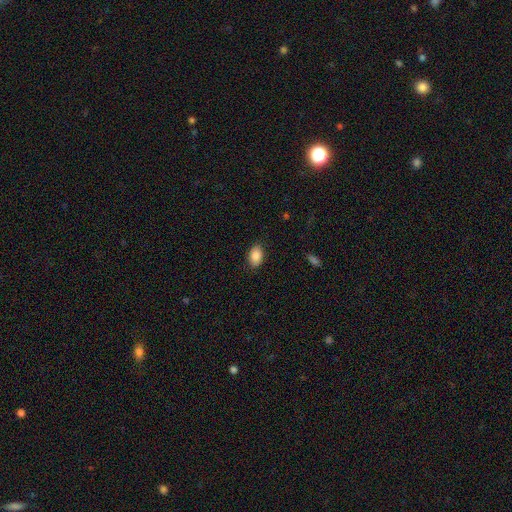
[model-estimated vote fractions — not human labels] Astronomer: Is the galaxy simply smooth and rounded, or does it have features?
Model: smooth — 88%.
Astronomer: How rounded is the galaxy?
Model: in between — 89%.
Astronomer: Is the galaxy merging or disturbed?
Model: none — 86%.